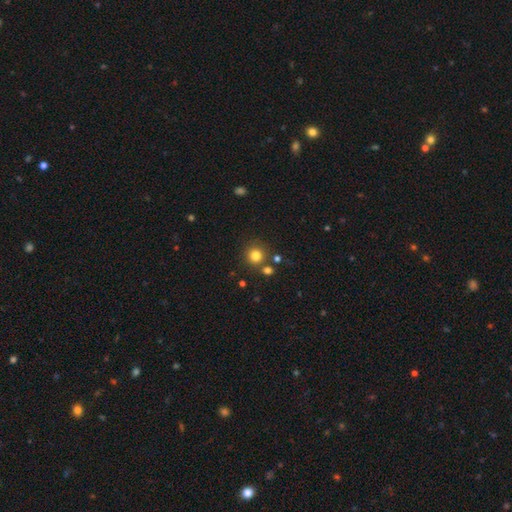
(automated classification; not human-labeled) smooth-or-featured: smooth: 80% | star or artifact: 14% | featured or disk: 6%
  how-rounded: round: 92% | in between: 7% | cigar-shaped: 1%
  merging: none: 78% | merger: 10% | minor disturbance: 8% | major disturbance: 3%